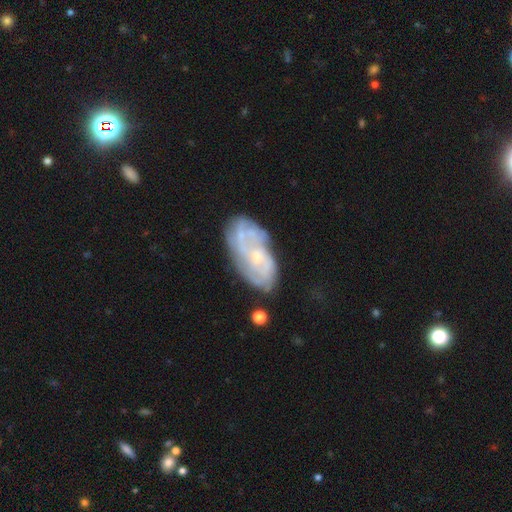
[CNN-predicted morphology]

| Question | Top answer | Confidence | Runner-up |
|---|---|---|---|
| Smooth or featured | featured or disk | 72% | smooth (21%) |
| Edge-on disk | no | 94% | yes (6%) |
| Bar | no | 69% | weak (26%) |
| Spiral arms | yes | 78% | no (22%) |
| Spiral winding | tight | 50% | medium (35%) |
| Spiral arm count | can't tell | 48% | 2 (20%) |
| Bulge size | small | 58% | moderate (31%) |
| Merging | none | 63% | minor disturbance (22%) |